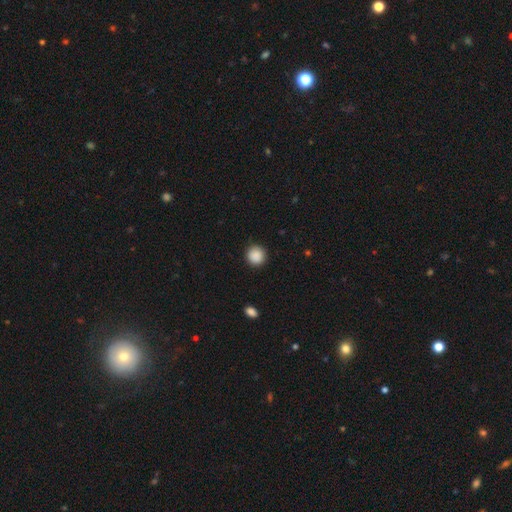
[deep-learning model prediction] smooth 89%, star or artifact 8%, featured or disk 2%. Down the decision tree: how rounded — round (94%); merging — none (91%).